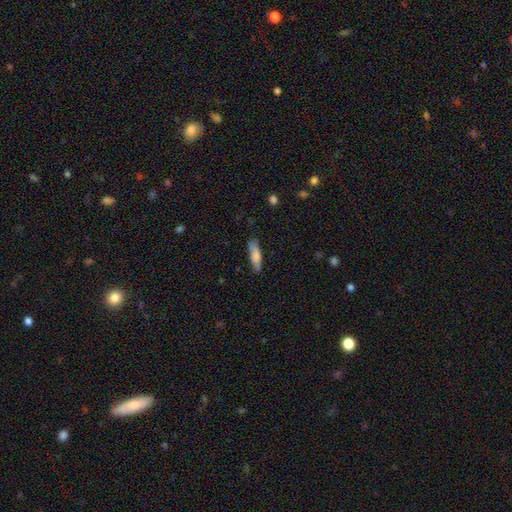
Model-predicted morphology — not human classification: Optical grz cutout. It shows a smooth galaxy with no disk features (78%) that is cigar-shaped (65%). Merging: none (81%).